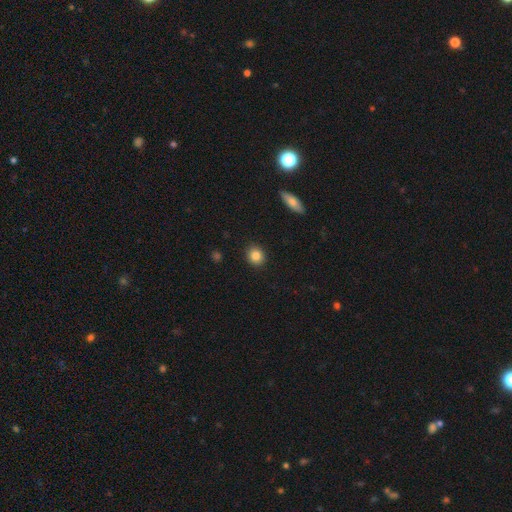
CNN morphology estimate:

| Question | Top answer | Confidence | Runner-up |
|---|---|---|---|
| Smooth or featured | smooth | 85% | star or artifact (9%) |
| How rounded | round | 76% | in between (22%) |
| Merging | none | 91% | minor disturbance (6%) |